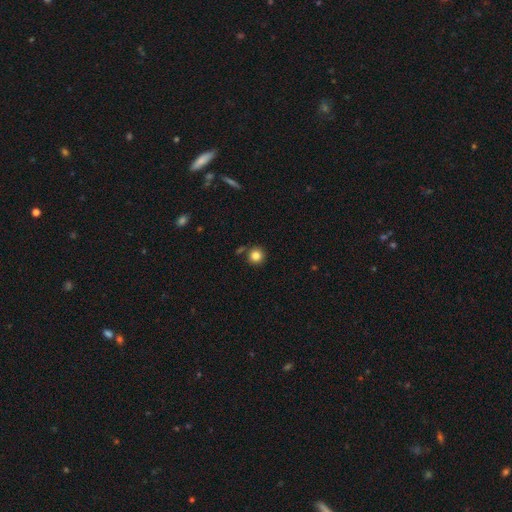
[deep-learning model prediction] The model was most divided on "smooth or featured": smooth: 84%, star or artifact: 11%, featured or disk: 5%. More confident: how rounded — round (94%); merging — none (83%).